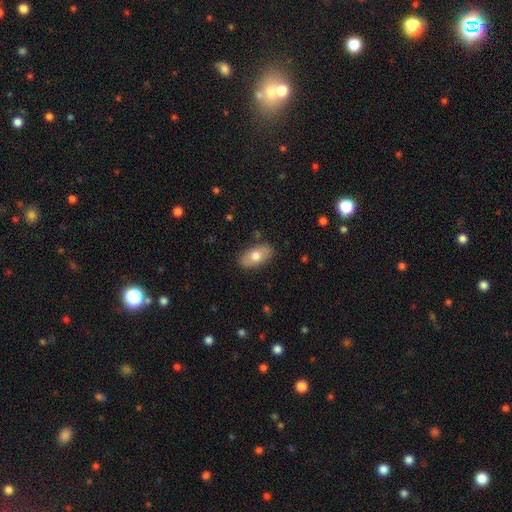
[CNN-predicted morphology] This appears to be a smooth galaxy with no disk features (72%) that is in between round and cigar-shaped (92%). Merging: none (85%).